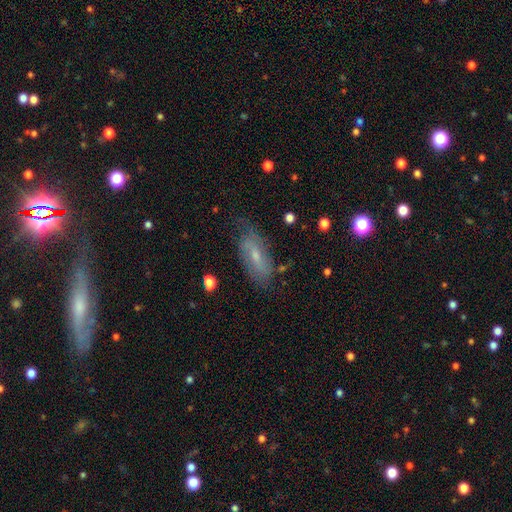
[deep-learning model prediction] featured or disk 55%, smooth 36%, star or artifact 9%. Down the decision tree: edge-on disk — no (84%); merging — none (65%).